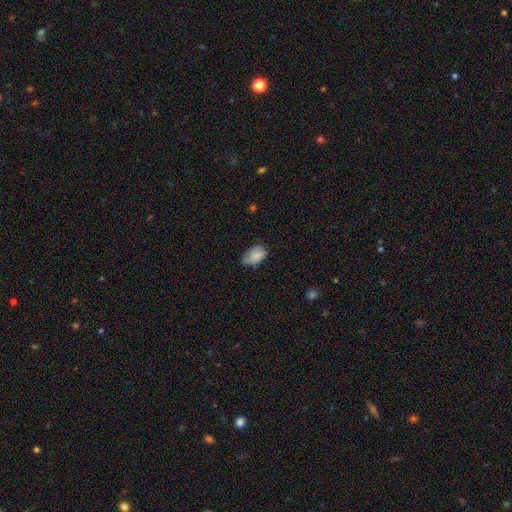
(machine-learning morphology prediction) smooth-or-featured: smooth: 84% | featured or disk: 9% | star or artifact: 8%
  how-rounded: in between: 88% | round: 11% | cigar-shaped: 1%
  merging: none: 56% | minor disturbance: 34% | major disturbance: 8% | merger: 1%